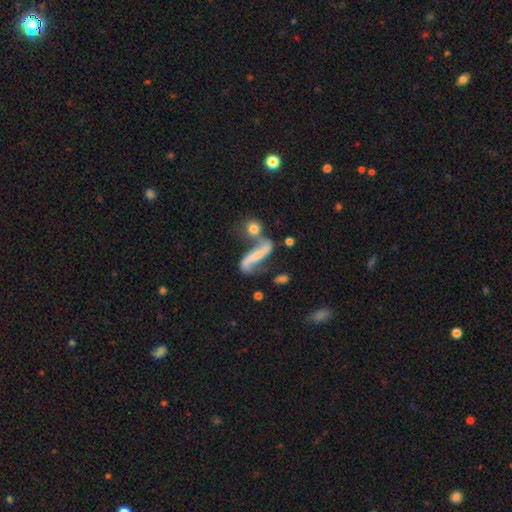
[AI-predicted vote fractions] A featured or disk galaxy (67%) with no bar (38%), spiral arms (83%) and no central bulge (48%).

Vote fractions:
- Smooth or featured? featured or disk: 67% / smooth: 24% / star or artifact: 10%
- Edge-on disk? no: 87% / yes: 13%
- Bar? no: 38% / strong: 35% / weak: 27%
- Spiral arms? yes: 83% / no: 17%
- Bulge size? none: 48% / small: 32% / moderate: 14% / large: 4% / dominant: 2%
- Merging? none: 38% / merger: 29% / minor disturbance: 17% / major disturbance: 16%